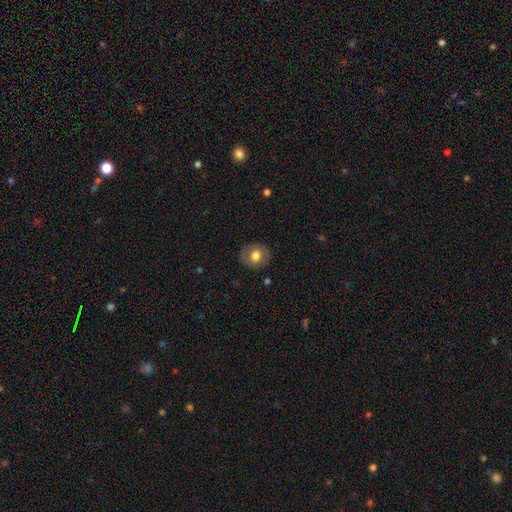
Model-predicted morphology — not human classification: Smooth or featured?
  - smooth: 71% *
  - featured or disk: 21%
  - star or artifact: 8%
How rounded?
  - round: 74% *
  - in between: 25%
  - cigar-shaped: 1%
Merging?
  - none: 85% *
  - minor disturbance: 11%
  - major disturbance: 3%
  - merger: 1%